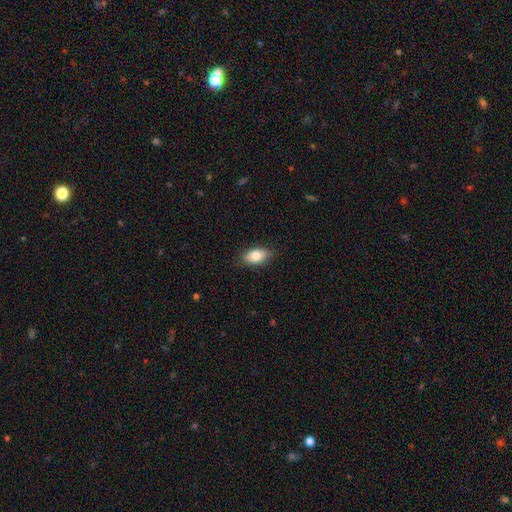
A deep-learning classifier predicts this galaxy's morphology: Q: Smooth or featured?
A: smooth (81%); runner-up: featured or disk (13%)
Q: How rounded?
A: in between (90%); runner-up: round (5%)
Q: Merging?
A: none (85%); runner-up: minor disturbance (12%)